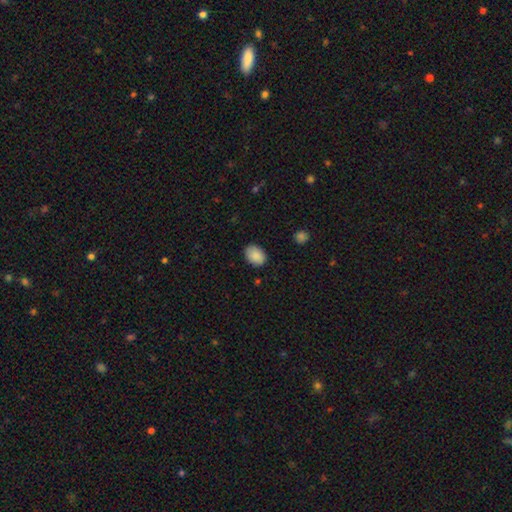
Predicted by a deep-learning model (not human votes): This appears to be a smooth galaxy with no disk features (89%) that is in between round and cigar-shaped (75%). Merging: none (86%).